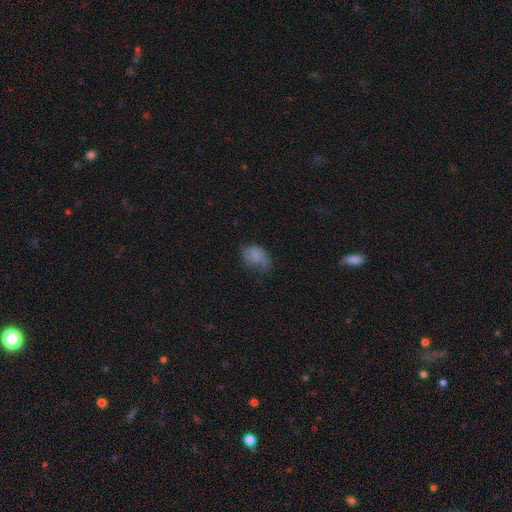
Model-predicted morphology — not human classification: Smooth or featured: smooth — 73% (featured or disk — 17%)
How rounded: in between — 85% (round — 14%)
Merging: none — 47% (minor disturbance — 35%)